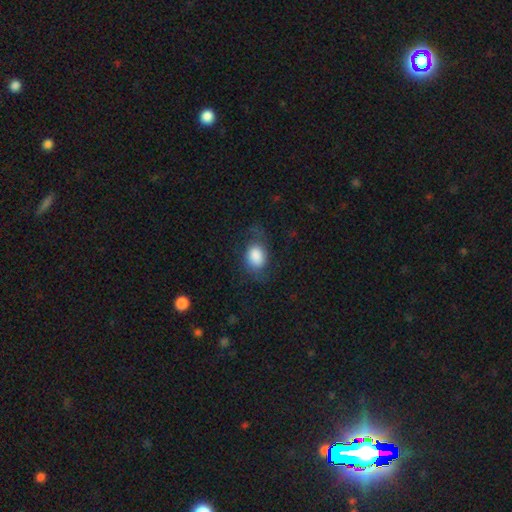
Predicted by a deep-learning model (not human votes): smooth 70%, featured or disk 22%, star or artifact 8%. Down the decision tree: how rounded — in between (73%); merging — none (57%).